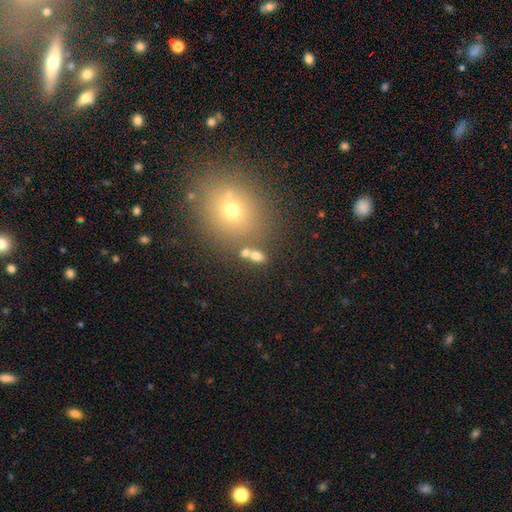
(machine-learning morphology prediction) This appears to be a smooth galaxy with no disk features (70%) that is in between round and cigar-shaped (73%). Merging: none (61%).